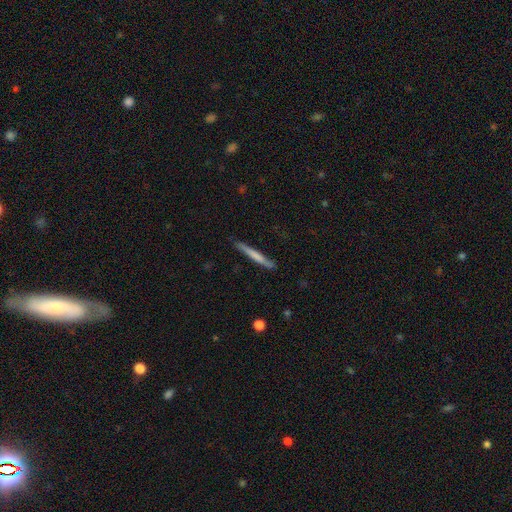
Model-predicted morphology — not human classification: smooth_or_featured: smooth (p=0.58) [alt: featured or disk p=0.37]
how_rounded: cigar-shaped (p=0.96) [alt: in between p=0.02]
merging: none (p=0.83) [alt: minor disturbance p=0.13]